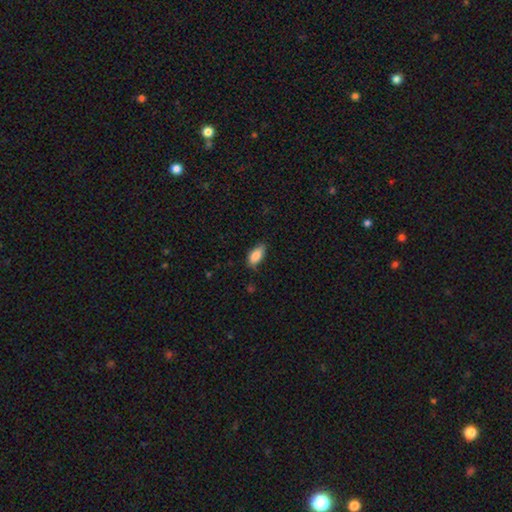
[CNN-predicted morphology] A smooth galaxy with no disk features (87%) that is in between round and cigar-shaped (90%).

Vote fractions:
- Smooth or featured? smooth: 87% / star or artifact: 7% / featured or disk: 6%
- How rounded? in between: 90% / cigar-shaped: 7% / round: 3%
- Merging? none: 74% / minor disturbance: 21% / major disturbance: 4% / merger: 1%